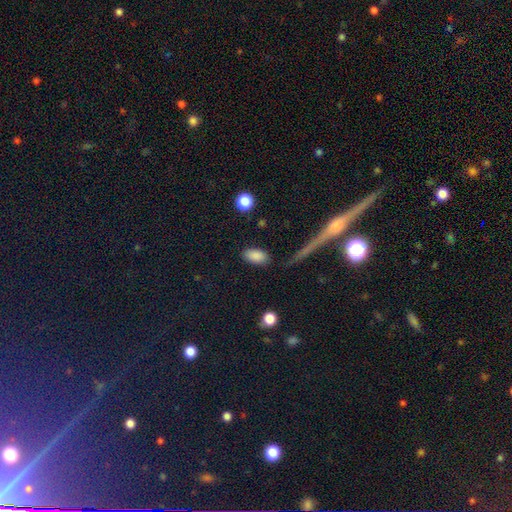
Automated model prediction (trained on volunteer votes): smooth_or_featured: smooth (p=0.87) [alt: star or artifact p=0.08]
how_rounded: in between (p=0.92) [alt: round p=0.04]
merging: none (p=0.83) [alt: minor disturbance p=0.11]